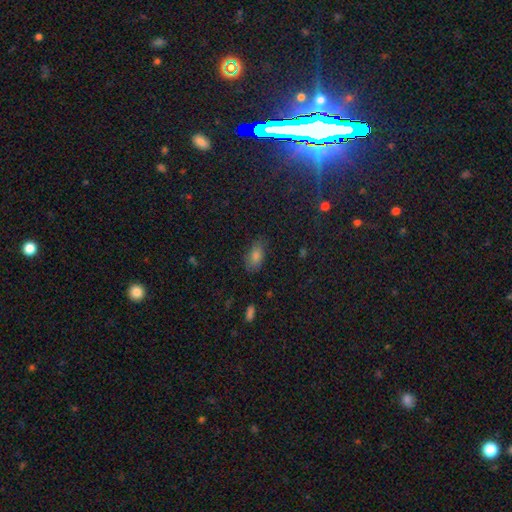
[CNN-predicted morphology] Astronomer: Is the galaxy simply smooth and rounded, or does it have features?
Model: smooth — 65%.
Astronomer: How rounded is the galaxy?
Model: in between — 88%.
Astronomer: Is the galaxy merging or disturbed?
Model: none — 79%.